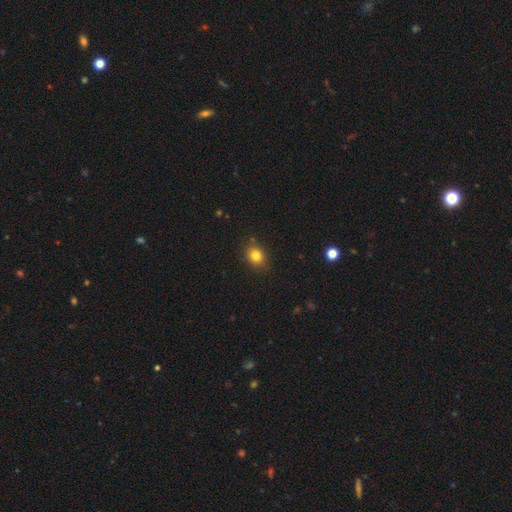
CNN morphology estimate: type=smooth (82%); roundness=round (58%); merging=none (85%).